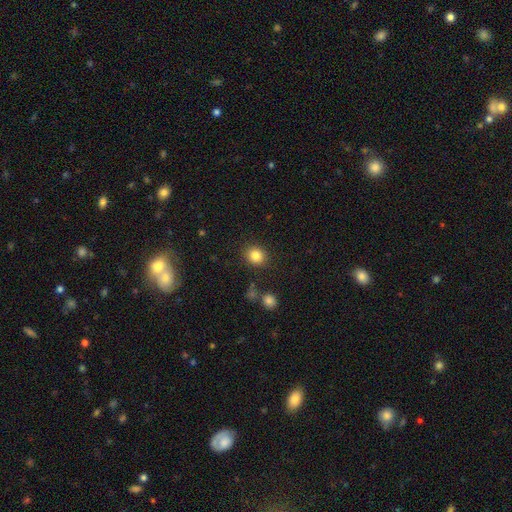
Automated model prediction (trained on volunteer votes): smooth-or-featured: smooth: 83% | star or artifact: 11% | featured or disk: 6%
  how-rounded: round: 79% | in between: 20% | cigar-shaped: 1%
  merging: none: 88% | minor disturbance: 7% | major disturbance: 3% | merger: 2%